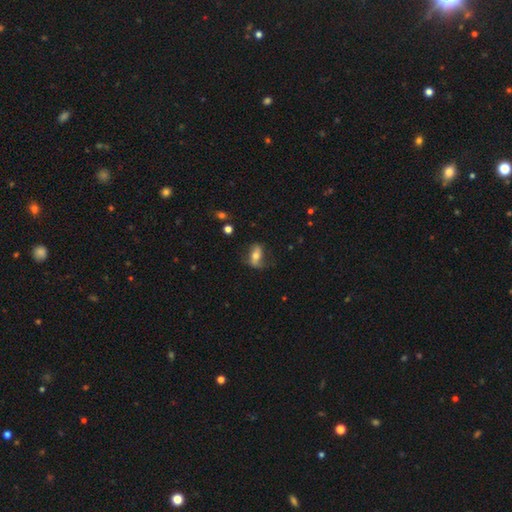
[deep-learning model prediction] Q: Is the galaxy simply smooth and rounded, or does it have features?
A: smooth — 52%.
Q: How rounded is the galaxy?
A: in between — 79%.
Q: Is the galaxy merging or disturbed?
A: none — 61%.